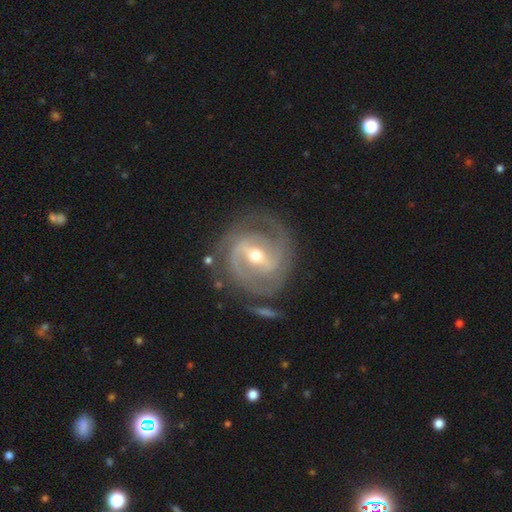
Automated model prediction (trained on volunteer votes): A featured or disk galaxy (89%) with a strong bar (50%), 2 (72%) tight (54%) spiral arms (96%) and a moderate central bulge (57%).

Vote fractions:
- Smooth or featured? featured or disk: 89% / smooth: 6% / star or artifact: 5%
- Edge-on disk? no: 97% / yes: 3%
- Bar? strong: 50% / weak: 38% / no: 12%
- Spiral arms? yes: 96% / no: 4%
- Spiral winding? tight: 54% / medium: 38% / loose: 8%
- Spiral arm count? 2: 72% / 3: 12% / can't tell: 9% / 4: 3% / 1: 2% / more than 4: 2%
- Bulge size? moderate: 57% / small: 39% / large: 3% / none: 1% / dominant: 1%
- Merging? none: 75% / minor disturbance: 15% / major disturbance: 7% / merger: 4%